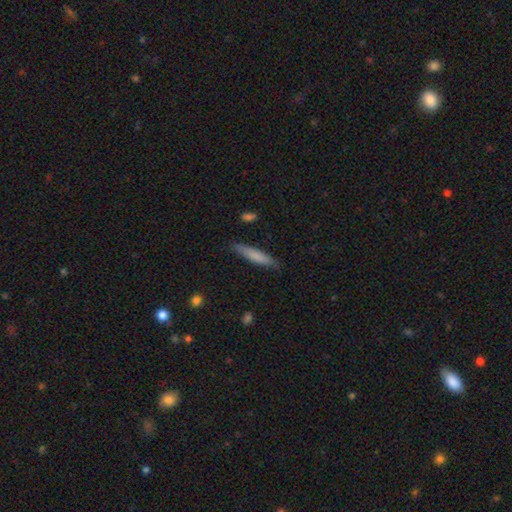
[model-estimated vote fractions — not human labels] Smooth or featured? Predicted: smooth (p=0.77). How rounded? Predicted: cigar-shaped (p=0.89). Merging? Predicted: none (p=0.84).